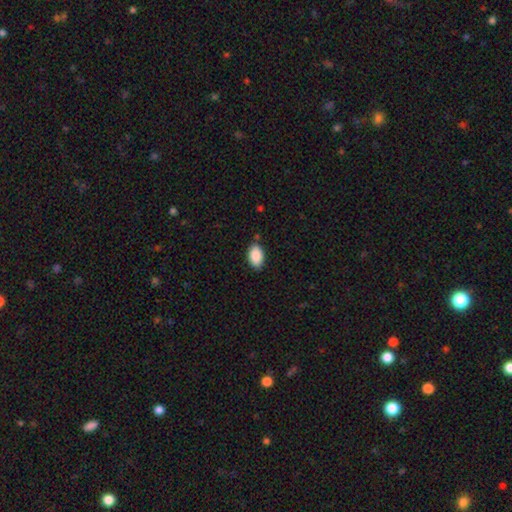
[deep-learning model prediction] smooth_or_featured: smooth (p=0.89) [alt: star or artifact p=0.07]
how_rounded: in between (p=0.93) [alt: round p=0.06]
merging: none (p=0.84) [alt: minor disturbance p=0.12]